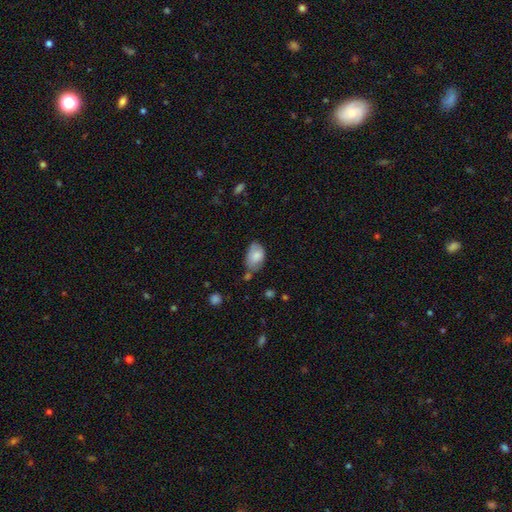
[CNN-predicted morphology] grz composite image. It shows a smooth galaxy with no disk features (78%) that is in between round and cigar-shaped (89%). Merging: none (53%).